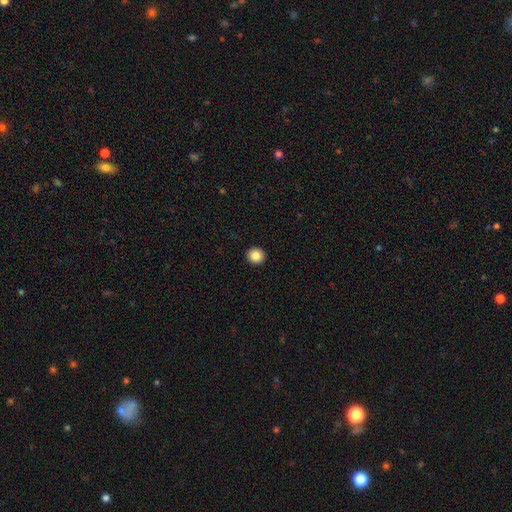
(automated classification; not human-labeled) Morphology: type=smooth (85%); roundness=round (90%); merging=none (93%).